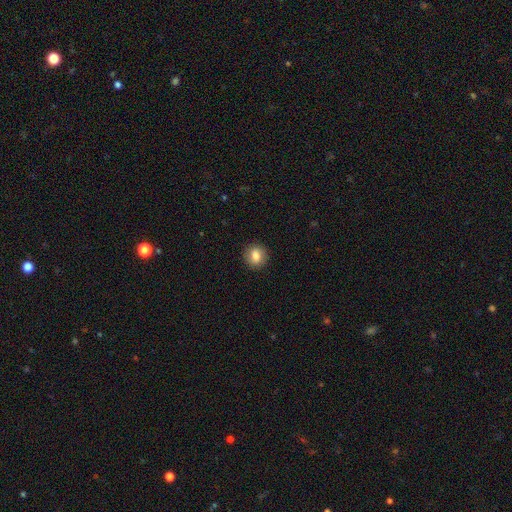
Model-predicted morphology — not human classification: type=smooth (80%); roundness=round (76%); merging=none (89%).